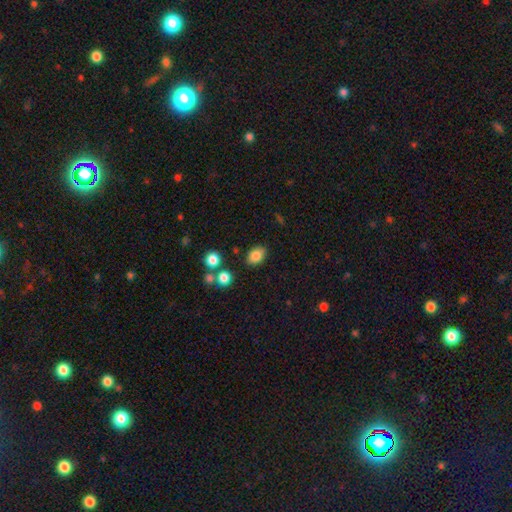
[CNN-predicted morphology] type=smooth (83%); roundness=in between (78%); merging=none (83%).